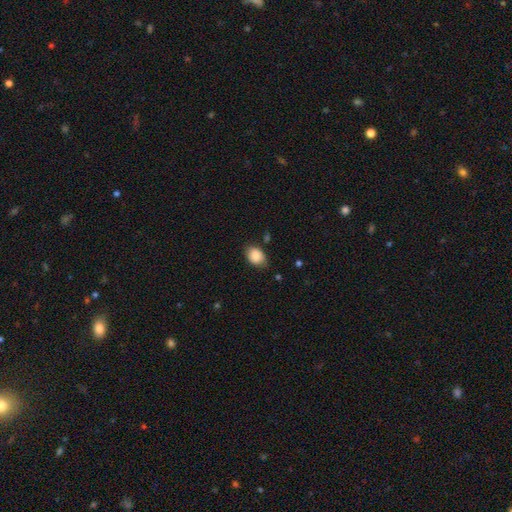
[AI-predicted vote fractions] Smooth or featured?
  - smooth: 87% *
  - star or artifact: 7%
  - featured or disk: 6%
How rounded?
  - in between: 71% *
  - round: 27%
  - cigar-shaped: 1%
Merging?
  - none: 74% *
  - minor disturbance: 20%
  - major disturbance: 4%
  - merger: 2%